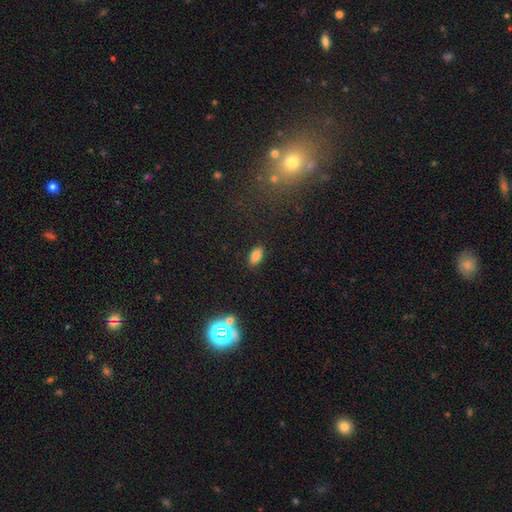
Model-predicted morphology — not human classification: Smooth or featured?
  - smooth: 82% *
  - star or artifact: 12%
  - featured or disk: 7%
How rounded?
  - in between: 92% *
  - round: 6%
  - cigar-shaped: 3%
Merging?
  - none: 87% *
  - minor disturbance: 9%
  - major disturbance: 2%
  - merger: 1%